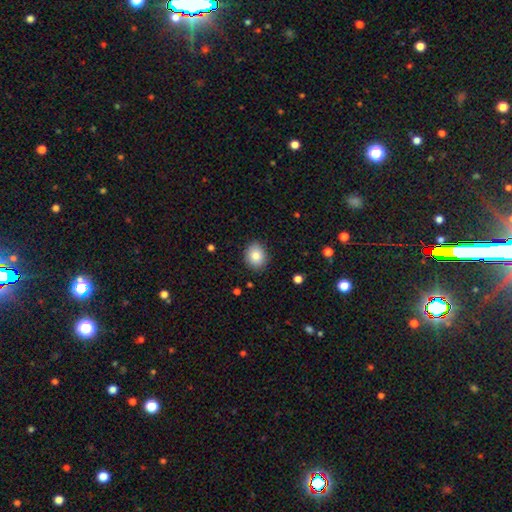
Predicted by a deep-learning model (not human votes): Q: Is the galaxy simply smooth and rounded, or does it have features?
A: smooth — 83%.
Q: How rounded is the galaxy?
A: round — 60%.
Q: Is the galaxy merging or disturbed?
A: none — 87%.